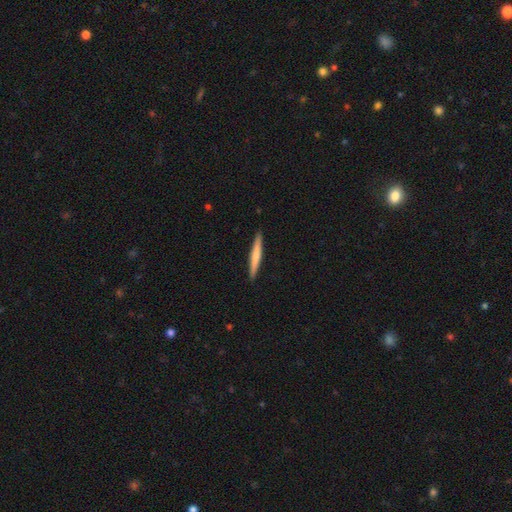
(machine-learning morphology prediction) Q: Smooth or featured?
A: smooth (60%); runner-up: featured or disk (35%)
Q: How rounded?
A: cigar-shaped (96%); runner-up: in between (3%)
Q: Merging?
A: none (92%); runner-up: minor disturbance (6%)